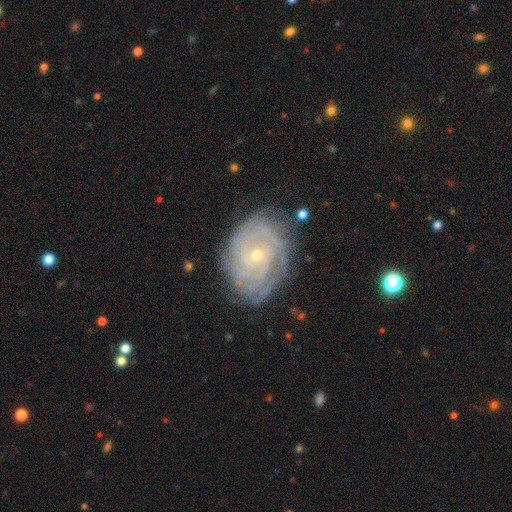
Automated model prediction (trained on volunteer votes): A featured or disk galaxy (85%) with no bar (71%), tight (80%) spiral arms (95%) and a small central bulge (78%).

Vote fractions:
- Smooth or featured? featured or disk: 85% / smooth: 8% / star or artifact: 7%
- Edge-on disk? no: 97% / yes: 3%
- Bar? no: 71% / weak: 23% / strong: 6%
- Spiral arms? yes: 95% / no: 5%
- Spiral winding? tight: 80% / medium: 16% / loose: 3%
- Spiral arm count? can't tell: 34% / 4: 20% / 3: 15% / 2: 12% / more than 4: 12% / 1: 6%
- Bulge size? small: 78% / moderate: 19% / none: 1% / large: 1% / dominant: 1%
- Merging? none: 75% / minor disturbance: 18% / major disturbance: 6% / merger: 2%